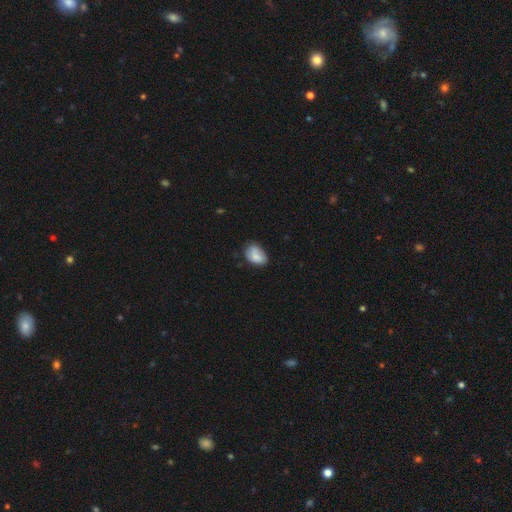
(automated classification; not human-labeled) Smooth or featured: smooth — 72% (featured or disk — 20%)
How rounded: in between — 83% (round — 16%)
Merging: none — 52% (minor disturbance — 33%)